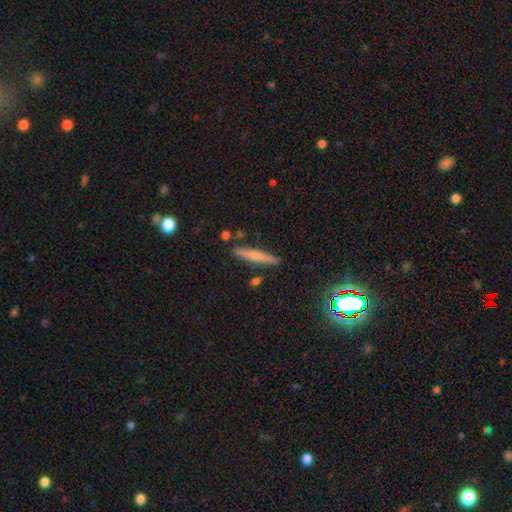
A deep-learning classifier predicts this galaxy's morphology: Smooth or featured? Predicted: smooth (p=0.59). How rounded? Predicted: cigar-shaped (p=0.93). Merging? Predicted: none (p=0.86).